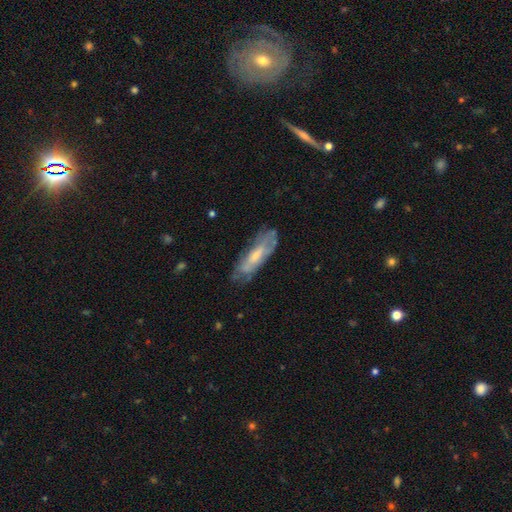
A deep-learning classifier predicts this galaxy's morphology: type=featured or disk (51%); edge-on=no (69%); merging=none (63%).